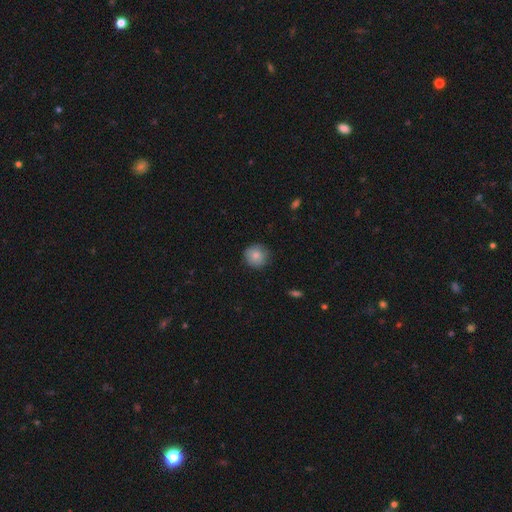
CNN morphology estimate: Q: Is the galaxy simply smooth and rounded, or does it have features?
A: smooth — 81%.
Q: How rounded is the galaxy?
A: round — 92%.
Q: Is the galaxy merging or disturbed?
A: none — 83%.